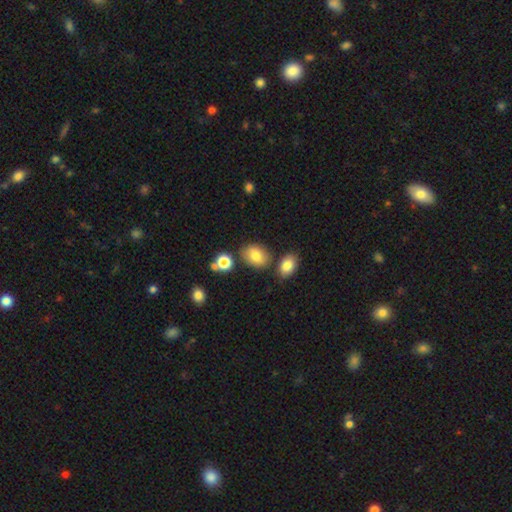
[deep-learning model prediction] The model was most divided on "how rounded": in between: 70%, round: 28%, cigar-shaped: 1%. More confident: smooth or featured — smooth (79%); merging — none (76%).